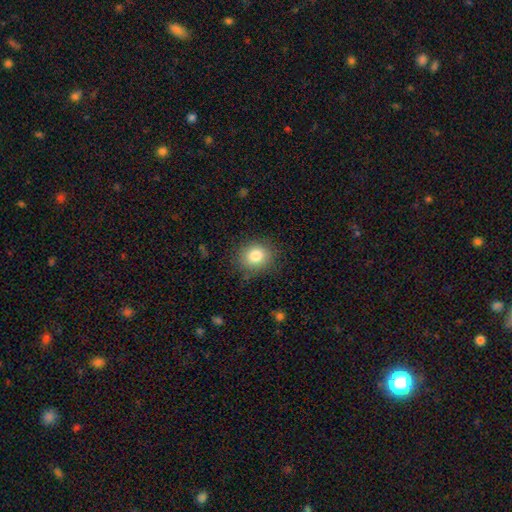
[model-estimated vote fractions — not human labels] Smooth or featured: smooth — 82% (star or artifact — 10%)
How rounded: round — 70% (in between — 29%)
Merging: none — 84% (minor disturbance — 12%)